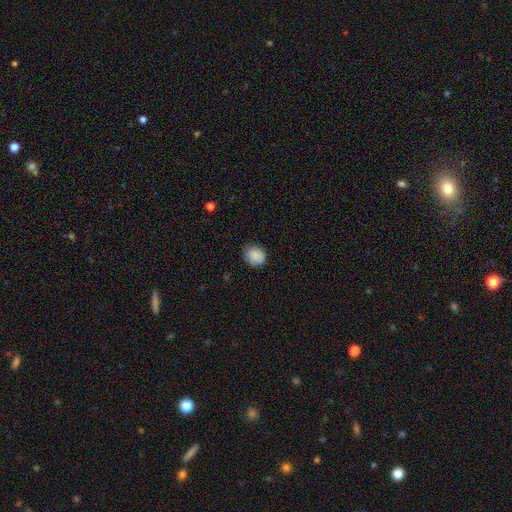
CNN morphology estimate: A smooth galaxy with no disk features (85%) that is round (73%).

Vote fractions:
- Smooth or featured? smooth: 85% / star or artifact: 8% / featured or disk: 7%
- How rounded? round: 73% / in between: 26% / cigar-shaped: 1%
- Merging? none: 76% / minor disturbance: 19% / major disturbance: 4% / merger: 1%